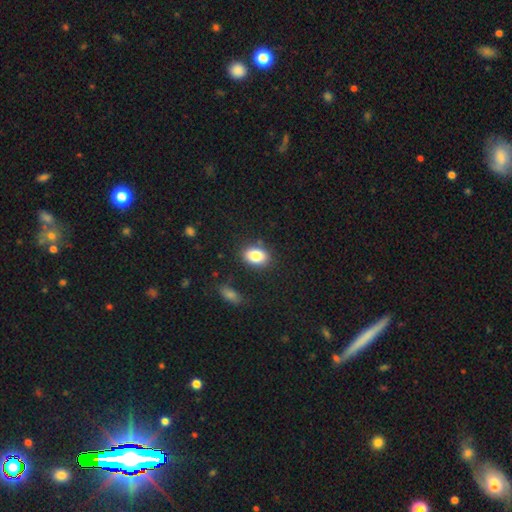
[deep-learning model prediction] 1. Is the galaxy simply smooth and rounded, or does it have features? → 83% smooth, 9% star or artifact, 8% featured or disk.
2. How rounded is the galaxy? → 80% in between, 19% round, 1% cigar-shaped.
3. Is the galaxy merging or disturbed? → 83% none, 11% minor disturbance, 3% merger, 3% major disturbance.